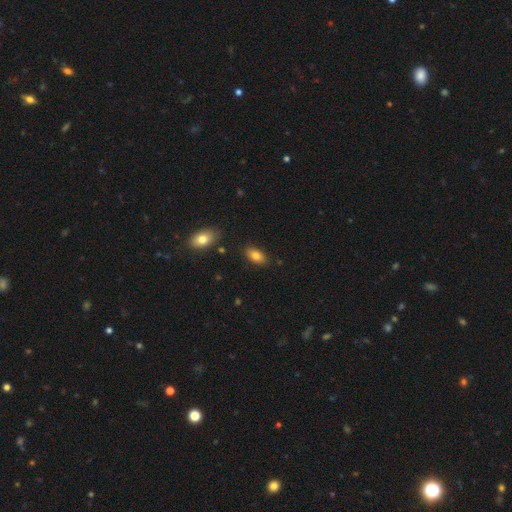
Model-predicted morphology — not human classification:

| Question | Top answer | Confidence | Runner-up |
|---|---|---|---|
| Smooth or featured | smooth | 81% | featured or disk (12%) |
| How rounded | in between | 91% | round (5%) |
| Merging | none | 86% | minor disturbance (10%) |